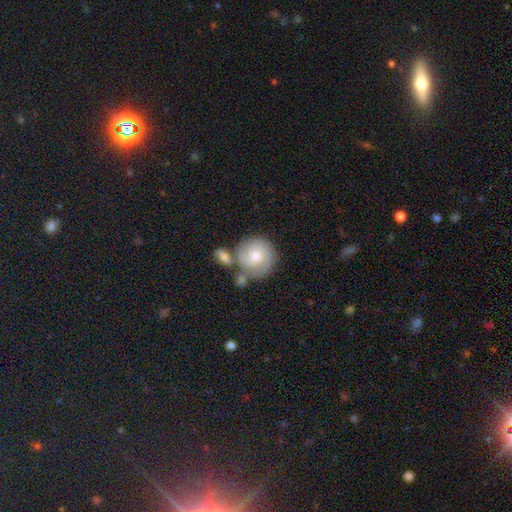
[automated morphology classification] Smooth or featured? smooth (50%)
How rounded? round (89%)
Merging? none (51%)